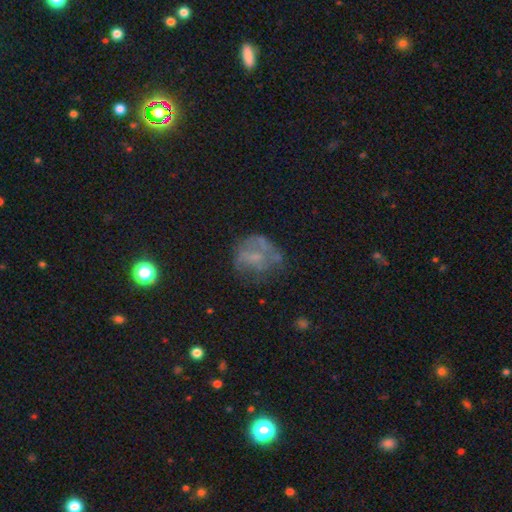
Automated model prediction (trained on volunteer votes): Smooth or featured: featured or disk — 49% (smooth — 35%)
Merging: none — 45% (major disturbance — 27%)